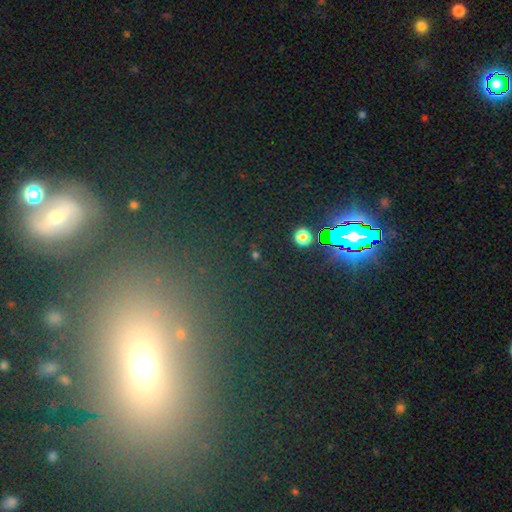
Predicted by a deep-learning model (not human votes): star or artifact 61%, smooth 27%, featured or disk 12%.